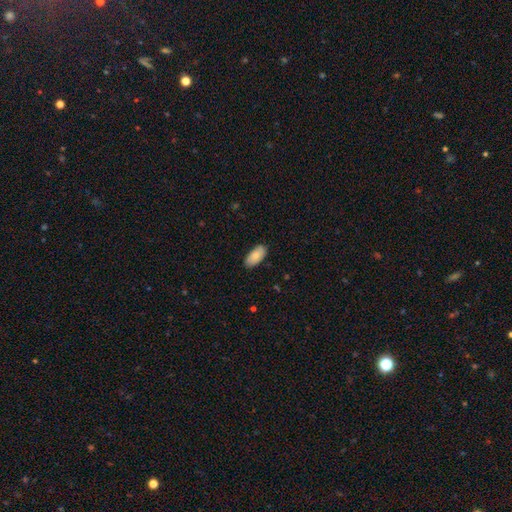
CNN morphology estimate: smooth_or_featured: smooth (p=0.83) [alt: featured or disk p=0.11]
how_rounded: in between (p=0.92) [alt: cigar-shaped p=0.06]
merging: none (p=0.85) [alt: minor disturbance p=0.12]